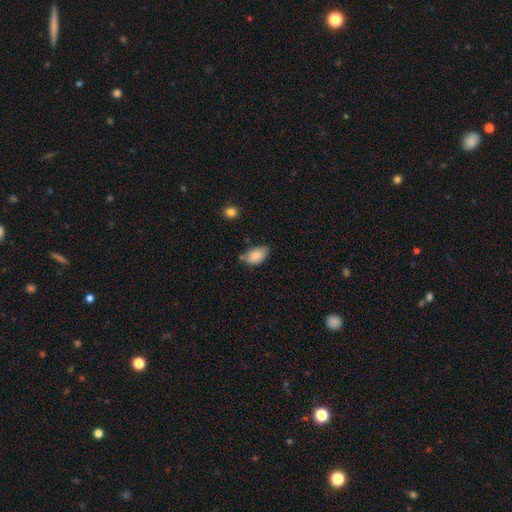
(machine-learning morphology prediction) smooth_or_featured: smooth (p=0.86) [alt: featured or disk p=0.07]
how_rounded: in between (p=0.92) [alt: round p=0.07]
merging: none (p=0.61) [alt: minor disturbance p=0.30]